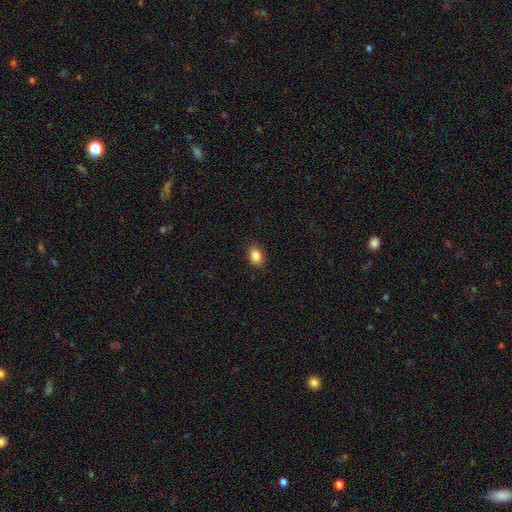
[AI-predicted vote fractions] smooth_or_featured: smooth (p=0.86) [alt: star or artifact p=0.09]
how_rounded: in between (p=0.81) [alt: round p=0.18]
merging: none (p=0.88) [alt: minor disturbance p=0.09]